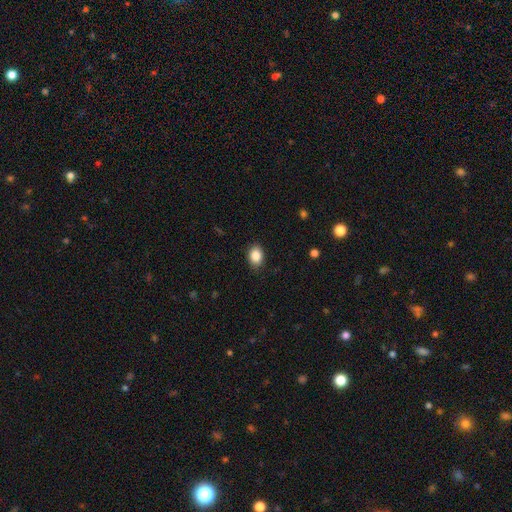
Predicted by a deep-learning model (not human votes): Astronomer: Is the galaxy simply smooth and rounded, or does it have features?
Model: smooth — 87%.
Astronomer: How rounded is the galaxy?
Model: in between — 71%.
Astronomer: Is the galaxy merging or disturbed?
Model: none — 85%.